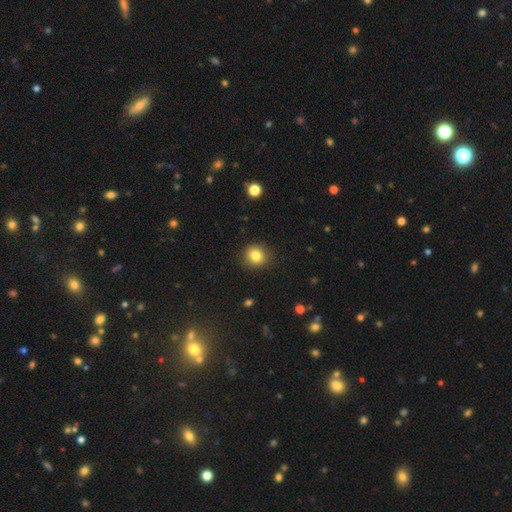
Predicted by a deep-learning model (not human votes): smooth-or-featured: smooth: 82% | star or artifact: 11% | featured or disk: 7%
  how-rounded: round: 87% | in between: 12% | cigar-shaped: 1%
  merging: none: 89% | minor disturbance: 8% | major disturbance: 2% | merger: 1%